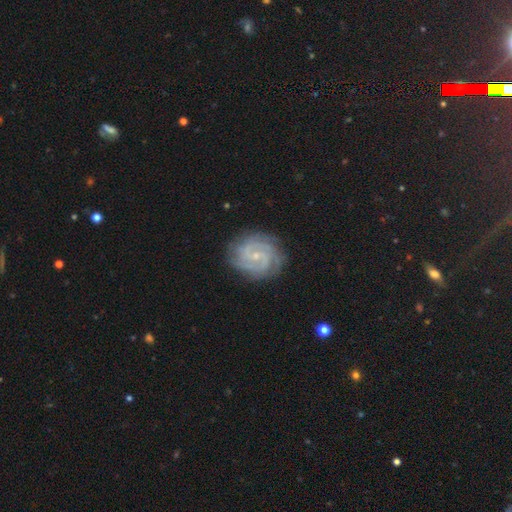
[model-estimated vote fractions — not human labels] A featured or disk galaxy (88%) with no bar (52%), 2 (28%) tight (71%) spiral arms (98%) and a small central bulge (80%).

Vote fractions:
- Smooth or featured? featured or disk: 88% / smooth: 6% / star or artifact: 6%
- Edge-on disk? no: 98% / yes: 2%
- Bar? no: 52% / weak: 38% / strong: 9%
- Spiral arms? yes: 98% / no: 2%
- Spiral winding? tight: 71% / medium: 25% / loose: 4%
- Spiral arm count? 2: 28% / 3: 26% / can't tell: 17% / 4: 16% / more than 4: 7% / 1: 6%
- Bulge size? small: 80% / moderate: 15% / none: 3% / large: 1% / dominant: 1%
- Merging? none: 82% / minor disturbance: 13% / major disturbance: 4% / merger: 1%